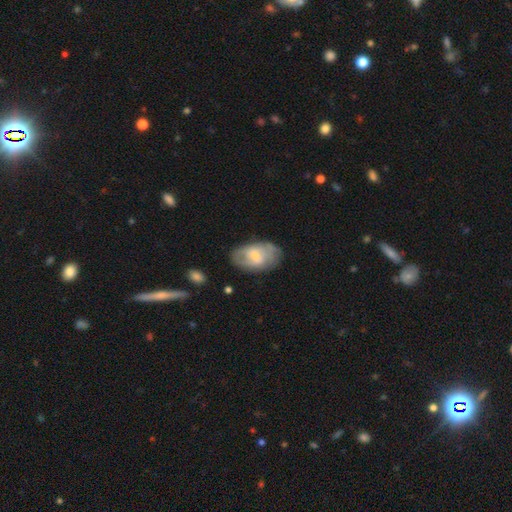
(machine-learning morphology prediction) type=featured or disk (51%); edge-on=no (95%); merging=none (67%).